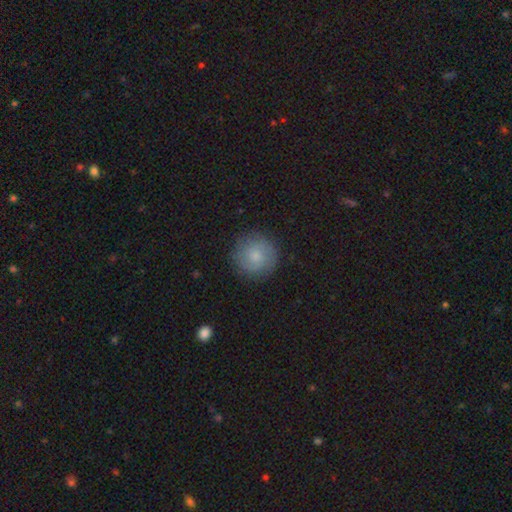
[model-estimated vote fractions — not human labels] Overall: smooth (76%). How rounded: round (95%). Merging: none (86%).